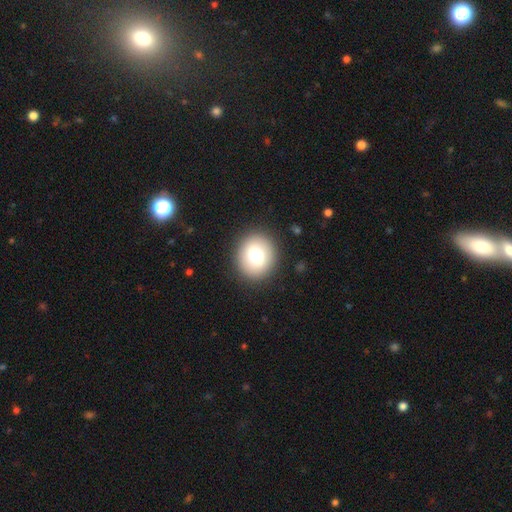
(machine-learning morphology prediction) This is likely a smooth galaxy (74%). How rounded: clearly round (83%). Merging: clearly none (90%).